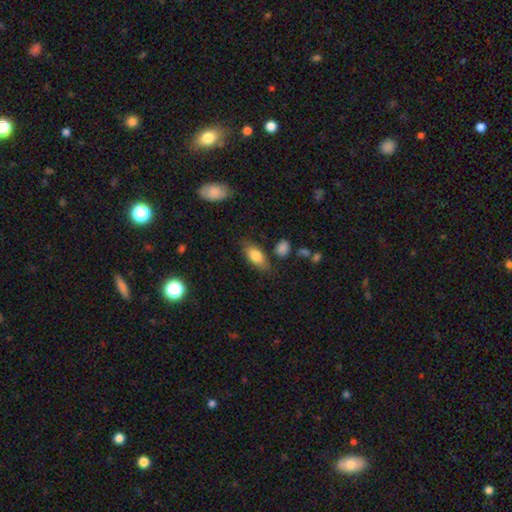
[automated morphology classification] Smooth or featured: smooth — 77% (featured or disk — 16%)
How rounded: in between — 82% (cigar-shaped — 14%)
Merging: none — 74% (minor disturbance — 18%)